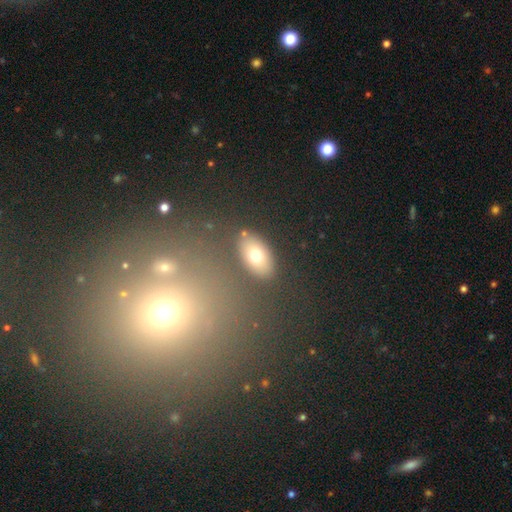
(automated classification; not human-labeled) Overall: smooth (71%). How rounded: in between (82%). Merging: none (82%).